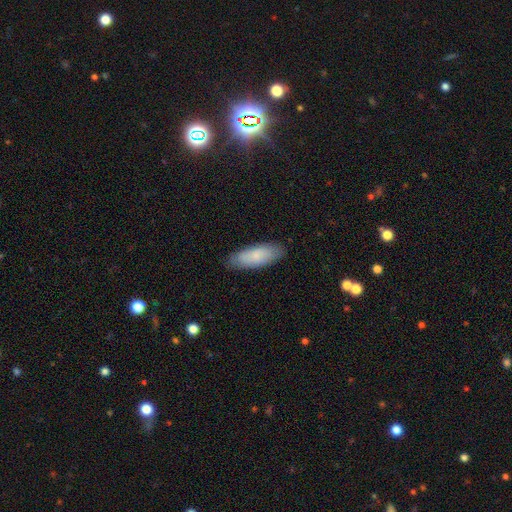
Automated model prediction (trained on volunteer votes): Smooth or featured? Predicted: smooth (p=0.81). How rounded? Predicted: in between (p=0.68). Merging? Predicted: none (p=0.85).